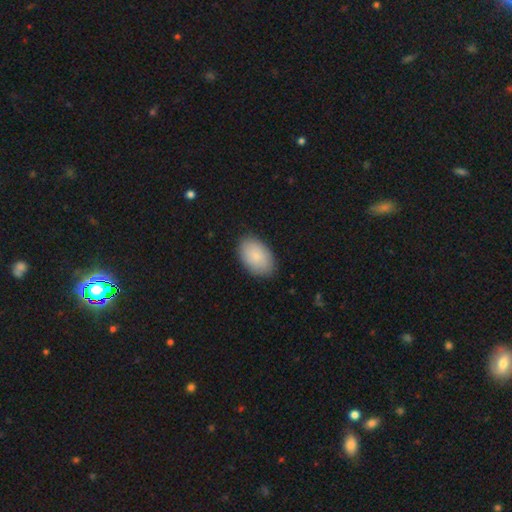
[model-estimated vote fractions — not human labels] smooth-or-featured: smooth: 86% | featured or disk: 8% | star or artifact: 6%
  how-rounded: in between: 91% | round: 8% | cigar-shaped: 1%
  merging: none: 86% | minor disturbance: 11% | major disturbance: 2% | merger: 1%